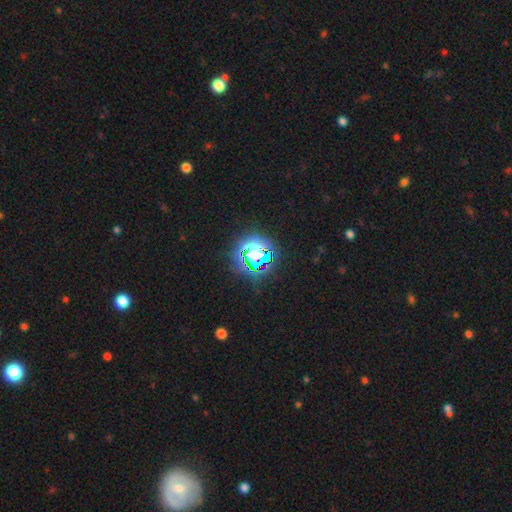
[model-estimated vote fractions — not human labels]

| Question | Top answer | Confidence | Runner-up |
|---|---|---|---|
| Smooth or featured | star or artifact | 60% | smooth (26%) |